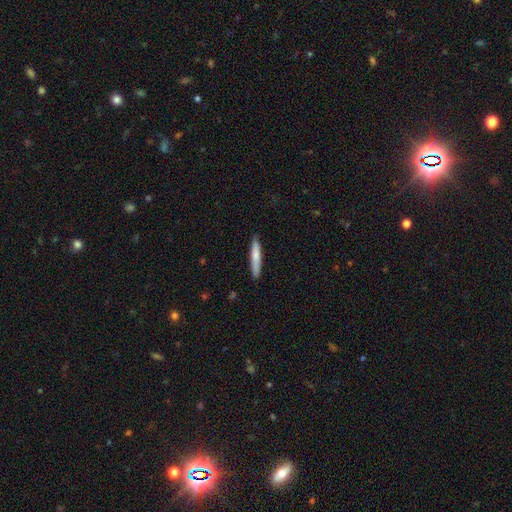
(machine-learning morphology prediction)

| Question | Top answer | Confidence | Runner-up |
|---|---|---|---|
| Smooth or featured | smooth | 71% | featured or disk (23%) |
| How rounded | cigar-shaped | 93% | in between (6%) |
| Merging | none | 88% | minor disturbance (9%) |